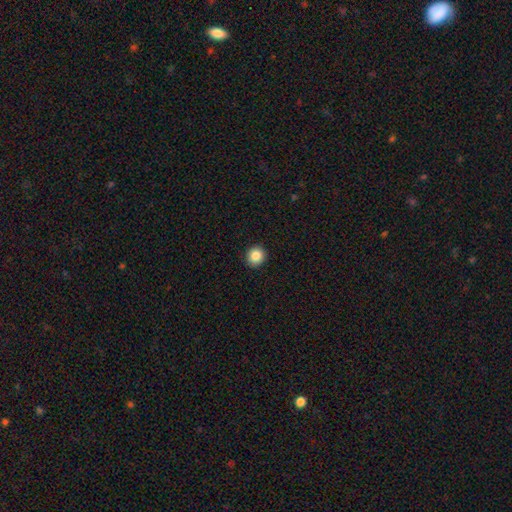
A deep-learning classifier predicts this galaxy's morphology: Q: Smooth or featured?
A: smooth (87%); runner-up: star or artifact (9%)
Q: How rounded?
A: round (89%); runner-up: in between (10%)
Q: Merging?
A: none (92%); runner-up: minor disturbance (6%)